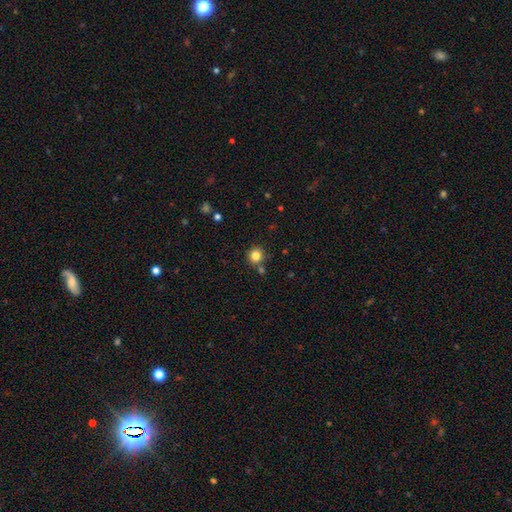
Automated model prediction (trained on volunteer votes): Smooth or featured?
  - smooth: 82% *
  - star or artifact: 12%
  - featured or disk: 6%
How rounded?
  - round: 93% *
  - in between: 7%
  - cigar-shaped: 1%
Merging?
  - none: 80% *
  - minor disturbance: 9%
  - merger: 8%
  - major disturbance: 2%